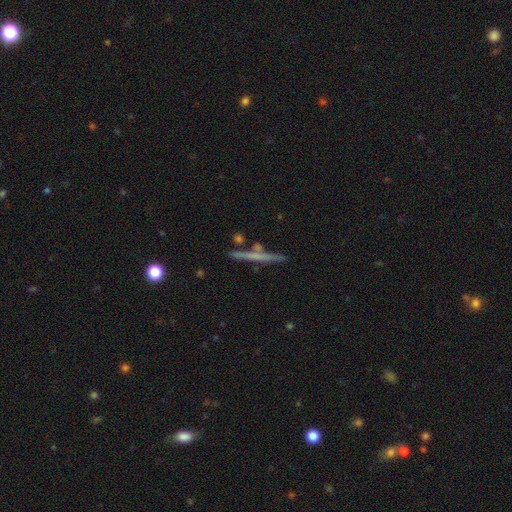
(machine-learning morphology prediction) type=featured or disk (51%); edge-on=yes (96%); merging=none (82%).